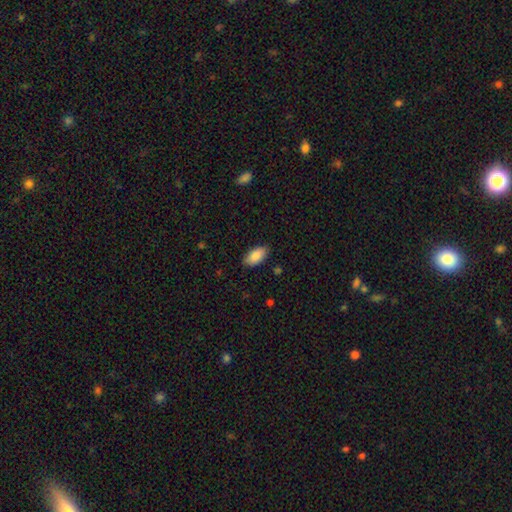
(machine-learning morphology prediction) smooth-or-featured: smooth: 86% | featured or disk: 7% | star or artifact: 6%
  how-rounded: in between: 93% | cigar-shaped: 4% | round: 2%
  merging: none: 86% | minor disturbance: 11% | major disturbance: 2% | merger: 1%